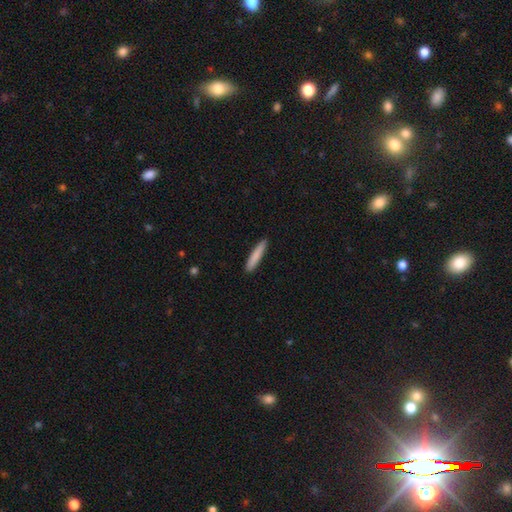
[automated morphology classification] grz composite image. It shows a smooth galaxy with no disk features (83%) that is cigar-shaped (92%). Merging: none (91%).